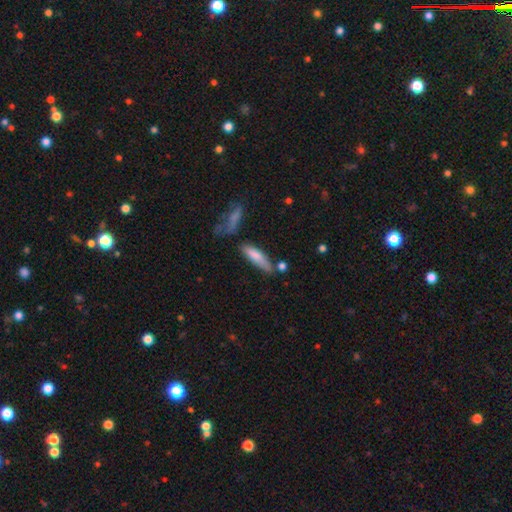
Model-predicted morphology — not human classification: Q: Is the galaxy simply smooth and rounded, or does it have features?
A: smooth — 76%.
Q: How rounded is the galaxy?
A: cigar-shaped — 65%.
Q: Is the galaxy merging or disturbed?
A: none — 56%.